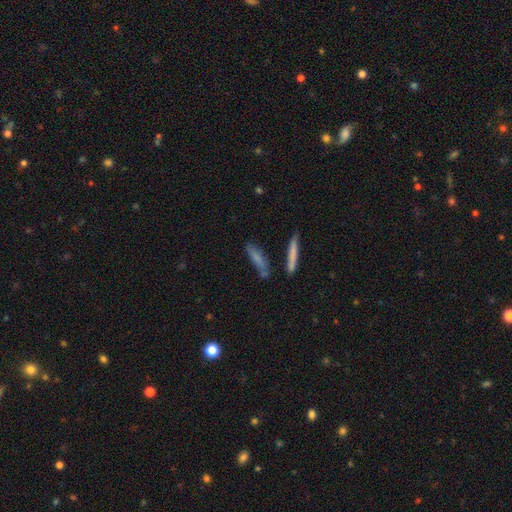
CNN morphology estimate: Overall: smooth (60%; featured or disk 30%). How rounded: cigar-shaped (85%). Merging: none (72%).